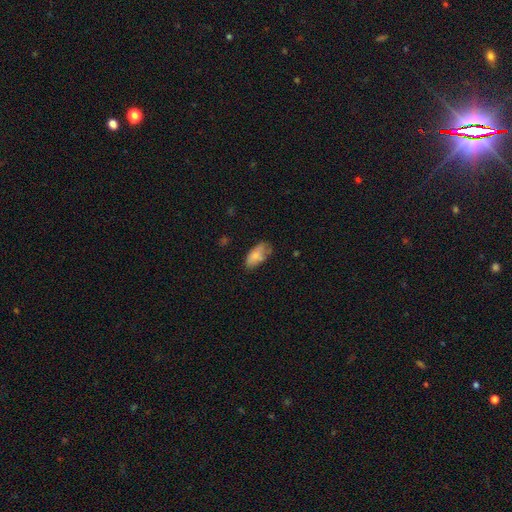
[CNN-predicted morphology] smooth-or-featured: smooth: 76% | featured or disk: 16% | star or artifact: 8%
  how-rounded: in between: 91% | cigar-shaped: 6% | round: 3%
  merging: none: 53% | minor disturbance: 31% | major disturbance: 10% | merger: 6%